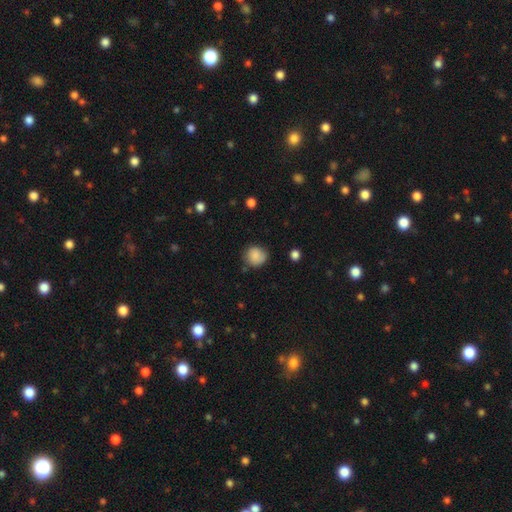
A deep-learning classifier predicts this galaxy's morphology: Smooth or featured? Predicted: smooth (p=0.85). How rounded? Predicted: round (p=0.86). Merging? Predicted: none (p=0.74).